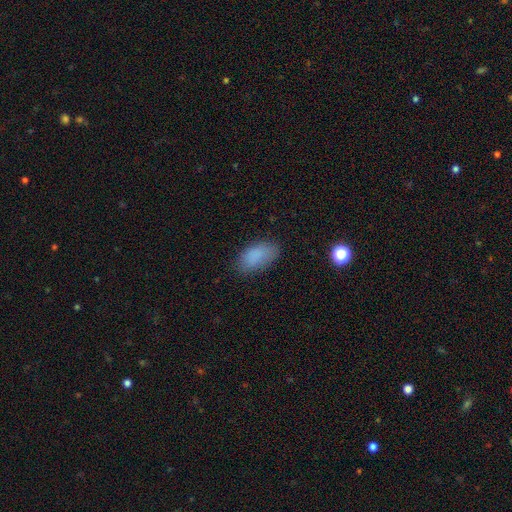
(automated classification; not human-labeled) Smooth or featured?
  - smooth: 86% *
  - star or artifact: 8%
  - featured or disk: 6%
How rounded?
  - in between: 93% *
  - cigar-shaped: 4%
  - round: 3%
Merging?
  - none: 79% *
  - minor disturbance: 16%
  - major disturbance: 4%
  - merger: 1%